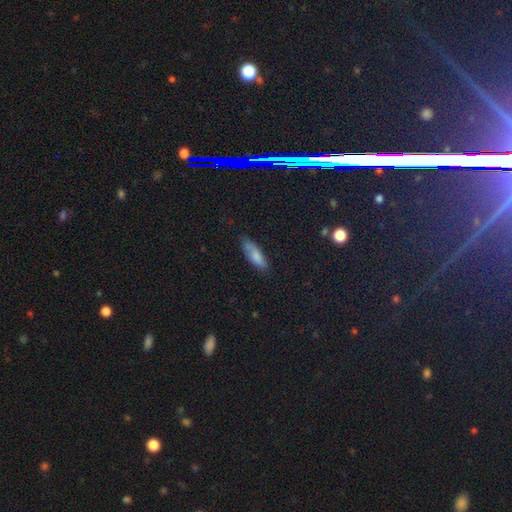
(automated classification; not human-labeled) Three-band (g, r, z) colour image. It shows a smooth galaxy with no disk features (80%) that is in between round and cigar-shaped (60%). Merging: none (73%).